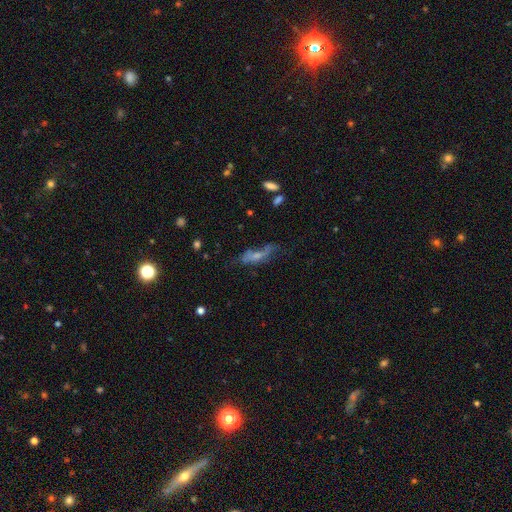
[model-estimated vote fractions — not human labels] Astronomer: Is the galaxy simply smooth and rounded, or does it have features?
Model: smooth — 46% (runner-up: featured or disk, 42%).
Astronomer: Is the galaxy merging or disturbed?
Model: none — 34% (runner-up: major disturbance, 32%).